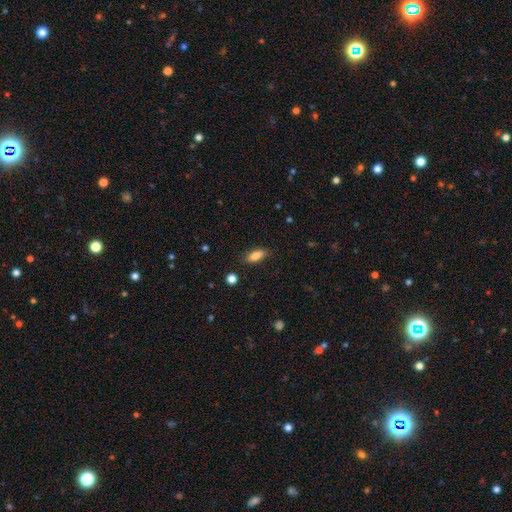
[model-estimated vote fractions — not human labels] This appears to be a smooth galaxy with no disk features (84%) that is in between round and cigar-shaped (79%). Merging: none (84%).